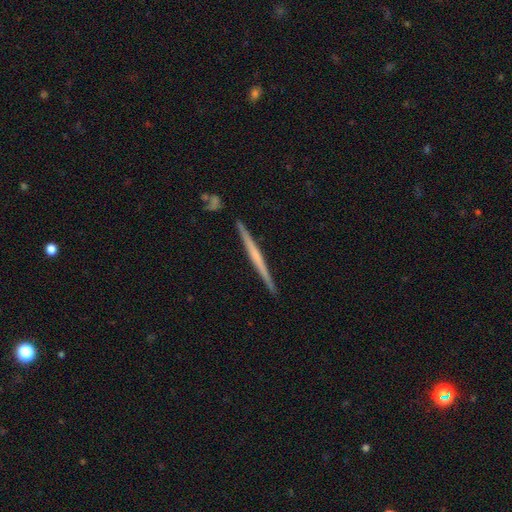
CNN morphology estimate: A featured or disk galaxy (65%) viewed edge-on (98%) with no central bulge (71%). Merging: none (92%).